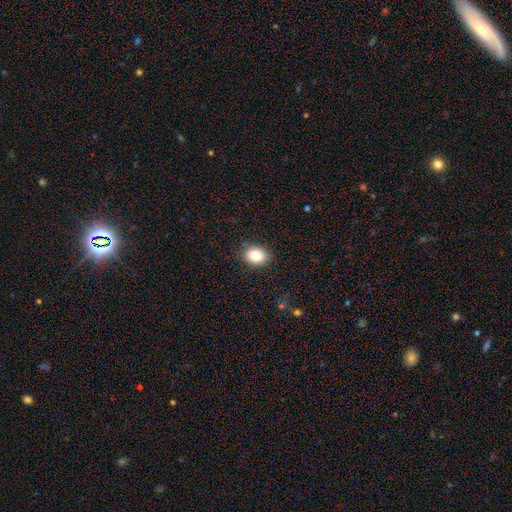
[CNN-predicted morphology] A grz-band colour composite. It shows a smooth galaxy with no disk features (83%) that is in between round and cigar-shaped (59%). Merging: none (88%).